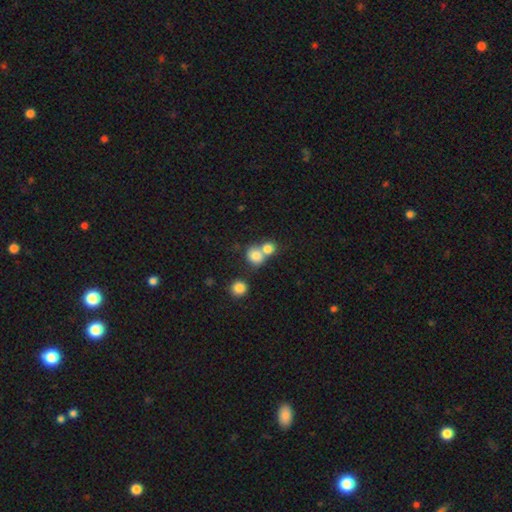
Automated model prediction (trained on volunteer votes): This is likely a smooth galaxy (80%). How rounded: likely round (78%). Merging: possibly merger (54%).